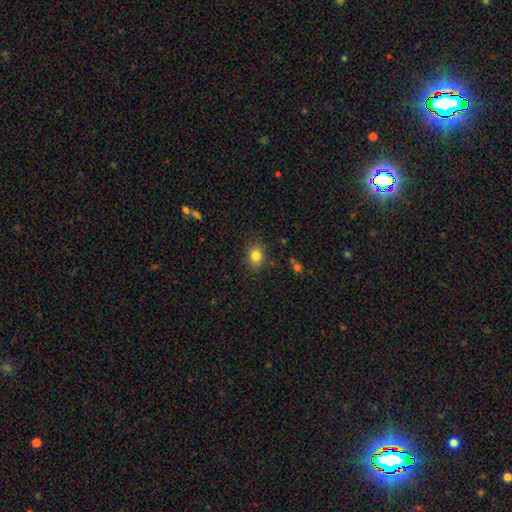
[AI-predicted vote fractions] This is clearly a smooth galaxy (83%). How rounded: possibly round (56%). Merging: clearly none (85%).